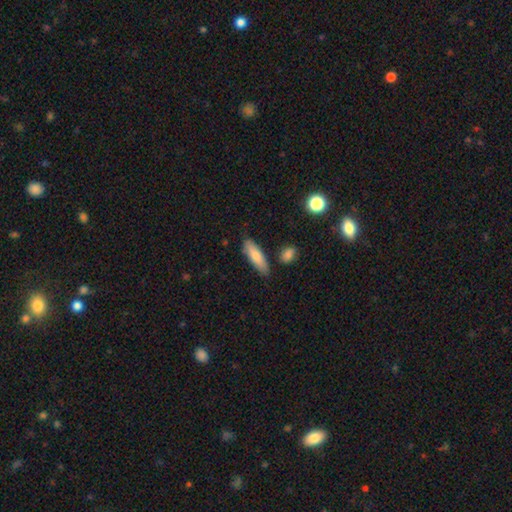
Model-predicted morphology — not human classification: Overall: smooth (79%). How rounded: cigar-shaped (51%; in between 47%). Merging: none (79%).